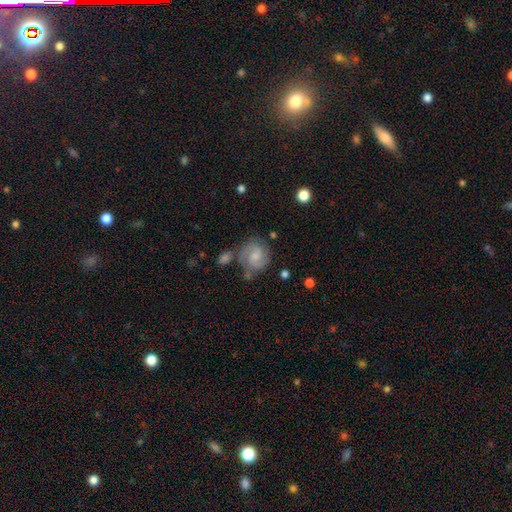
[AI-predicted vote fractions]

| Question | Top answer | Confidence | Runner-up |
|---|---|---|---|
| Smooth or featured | featured or disk | 73% | smooth (20%) |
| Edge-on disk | no | 98% | yes (2%) |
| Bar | no | 52% | weak (42%) |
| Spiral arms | yes | 95% | no (5%) |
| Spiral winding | medium | 45% | tight (44%) |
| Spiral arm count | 2 | 81% | can't tell (8%) |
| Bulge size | small | 48% | moderate (35%) |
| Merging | none | 63% | minor disturbance (19%) |